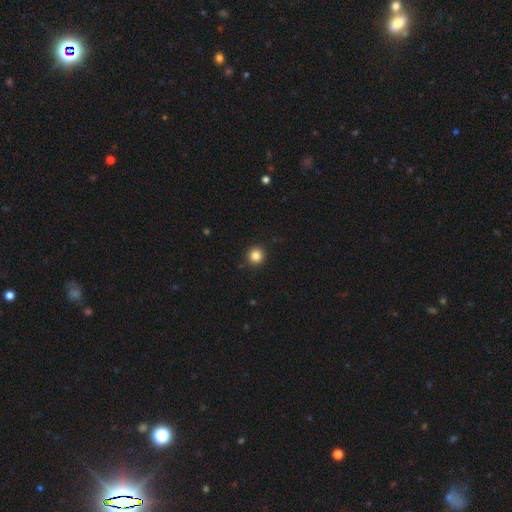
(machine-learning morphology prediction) smooth 84%, star or artifact 11%, featured or disk 5%. Down the decision tree: how rounded — round (94%); merging — none (92%).